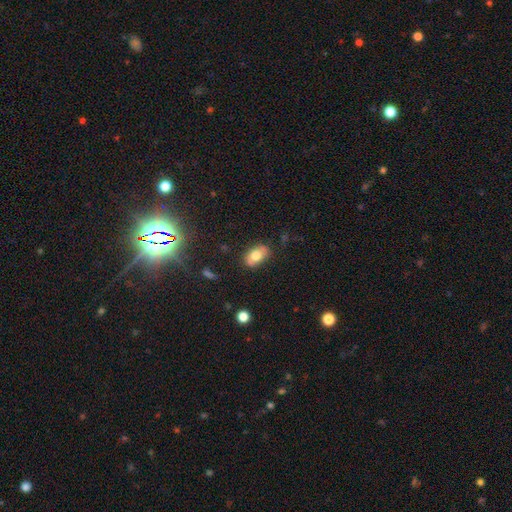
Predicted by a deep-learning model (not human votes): This appears to be a smooth galaxy with no disk features (70%) that is in between round and cigar-shaped (89%). Merging: none (78%).